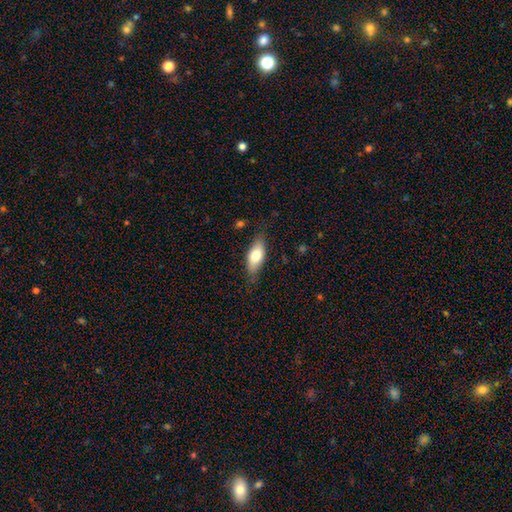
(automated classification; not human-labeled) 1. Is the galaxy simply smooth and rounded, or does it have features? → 72% smooth, 22% featured or disk, 6% star or artifact.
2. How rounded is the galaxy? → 83% in between, 15% cigar-shaped, 3% round.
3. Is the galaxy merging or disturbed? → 75% none, 19% minor disturbance, 4% major disturbance, 1% merger.